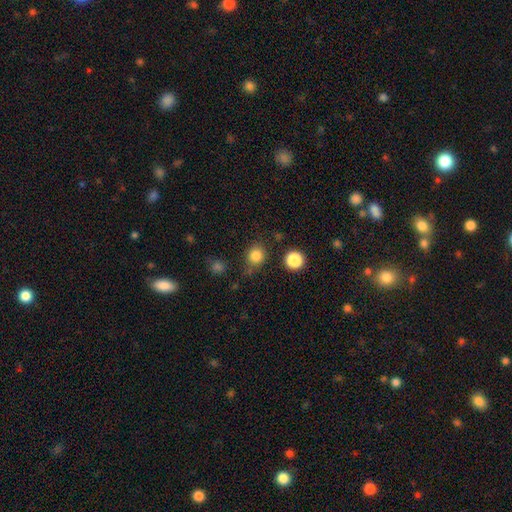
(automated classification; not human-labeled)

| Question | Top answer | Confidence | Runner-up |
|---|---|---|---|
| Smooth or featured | smooth | 83% | star or artifact (13%) |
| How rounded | round | 83% | in between (16%) |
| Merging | none | 76% | minor disturbance (14%) |